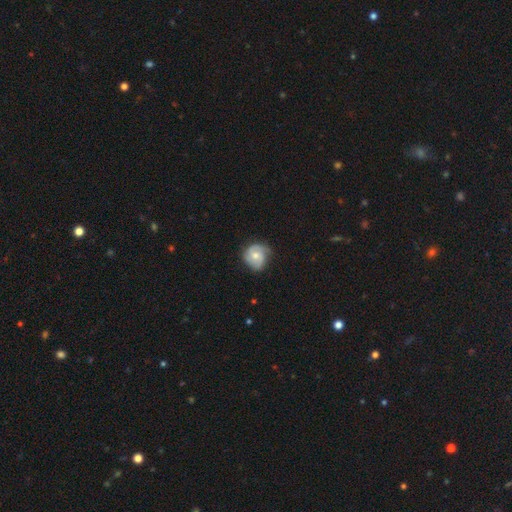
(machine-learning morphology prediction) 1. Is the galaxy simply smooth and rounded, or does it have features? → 53% featured or disk, 40% smooth, 7% star or artifact.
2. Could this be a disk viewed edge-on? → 97% no, 3% yes.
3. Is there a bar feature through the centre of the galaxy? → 70% no, 26% weak, 4% strong.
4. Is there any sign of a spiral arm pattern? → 85% yes, 15% no.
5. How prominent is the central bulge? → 60% moderate, 33% small, 4% large, 2% none, 1% dominant.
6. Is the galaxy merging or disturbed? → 60% none, 30% minor disturbance, 9% major disturbance, 1% merger.